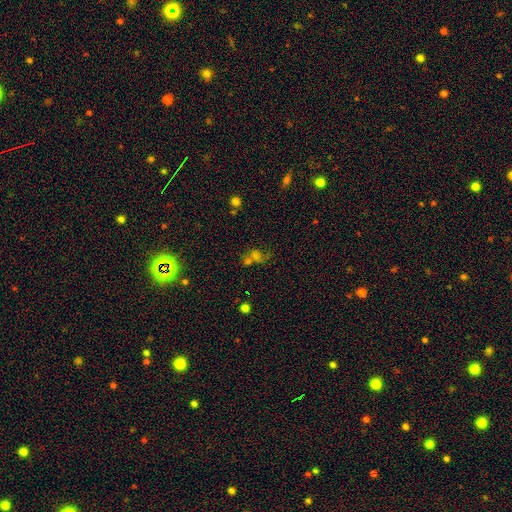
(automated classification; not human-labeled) Smooth or featured?
  - smooth: 50% *
  - star or artifact: 32%
  - featured or disk: 18%
Merging?
  - merger: 41% *
  - none: 33%
  - major disturbance: 13%
  - minor disturbance: 13%